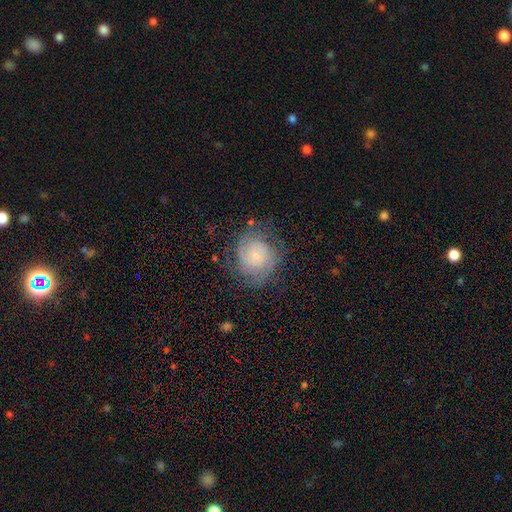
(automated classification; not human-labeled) The model was most divided on "spiral arm count": 2: 37%, can't tell: 36%, 3: 13%, 1: 5%, 4: 5%, more than 4: 4%. More confident: edge-on disk — no (98%); spiral arms — yes (89%); bulge size — small (76%); bar — no (74%); smooth or featured — featured or disk (71%); merging — none (68%); spiral winding — tight (67%).